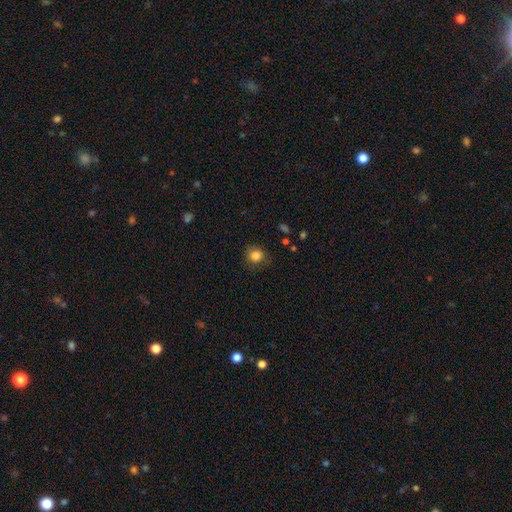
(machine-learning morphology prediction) smooth_or_featured: smooth (p=0.83) [alt: star or artifact p=0.11]
how_rounded: round (p=0.83) [alt: in between p=0.16]
merging: none (p=0.78) [alt: minor disturbance p=0.16]